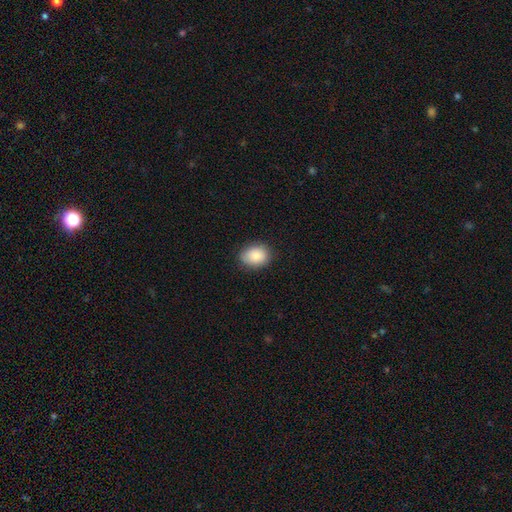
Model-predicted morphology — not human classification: Q: Smooth or featured?
A: smooth (84%); runner-up: featured or disk (8%)
Q: How rounded?
A: in between (61%); runner-up: round (38%)
Q: Merging?
A: none (83%); runner-up: minor disturbance (14%)